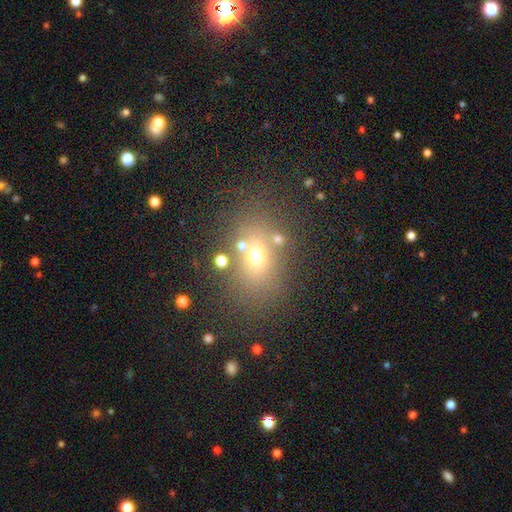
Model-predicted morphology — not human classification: Overall: smooth (59%; star or artifact 22%). How rounded: in between (61%; round 37%). Merging: none (70%).